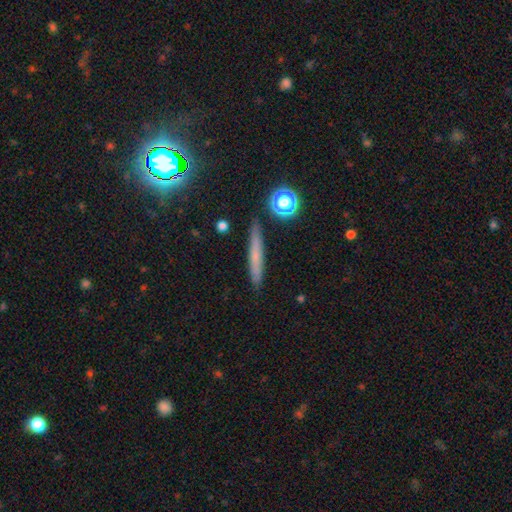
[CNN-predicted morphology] smooth-or-featured: smooth: 56% | featured or disk: 31% | star or artifact: 13%
  how-rounded: cigar-shaped: 92% | in between: 4% | round: 3%
  merging: none: 88% | minor disturbance: 8% | major disturbance: 2% | merger: 2%